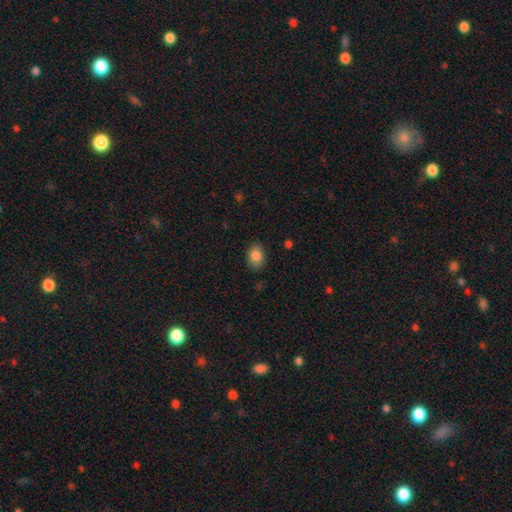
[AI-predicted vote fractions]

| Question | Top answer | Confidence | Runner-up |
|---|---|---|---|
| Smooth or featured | smooth | 85% | star or artifact (8%) |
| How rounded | in between | 74% | round (25%) |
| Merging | none | 82% | minor disturbance (14%) |